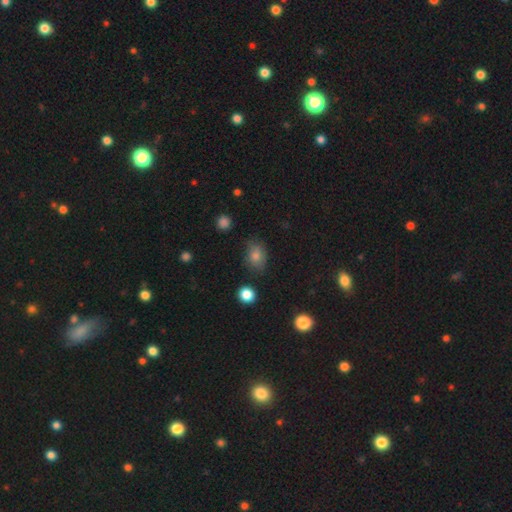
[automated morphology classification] A smooth galaxy with no disk features (78%) that is in between round and cigar-shaped (69%).

Vote fractions:
- Smooth or featured? smooth: 78% / star or artifact: 13% / featured or disk: 9%
- How rounded? in between: 69% / round: 29% / cigar-shaped: 1%
- Merging? none: 76% / minor disturbance: 18% / major disturbance: 4% / merger: 2%